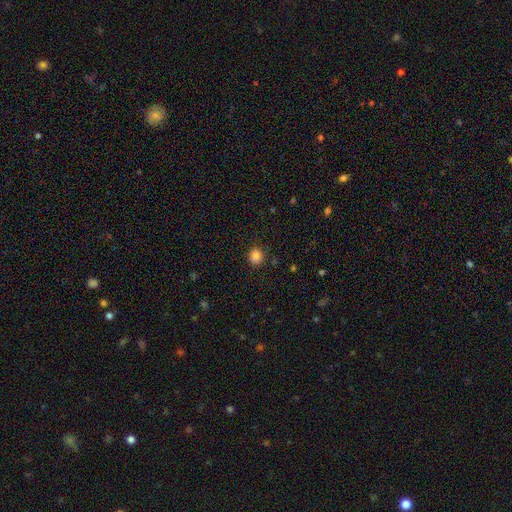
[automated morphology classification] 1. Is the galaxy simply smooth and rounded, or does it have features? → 84% smooth, 11% star or artifact, 5% featured or disk.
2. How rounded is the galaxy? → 77% round, 22% in between, 1% cigar-shaped.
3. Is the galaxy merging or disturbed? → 86% none, 10% minor disturbance, 3% major disturbance, 1% merger.